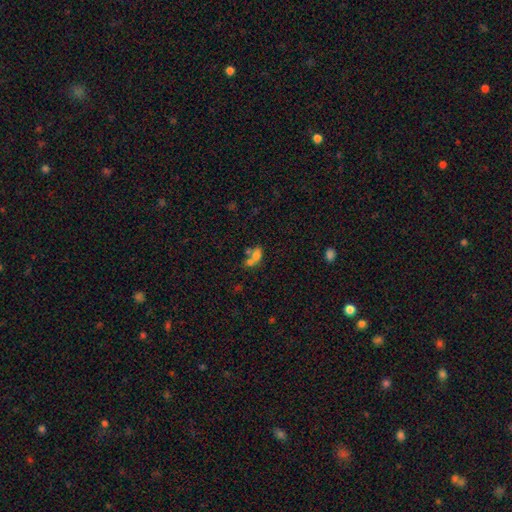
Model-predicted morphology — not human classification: Smooth or featured: smooth — 68% (featured or disk — 18%)
How rounded: in between — 73% (round — 23%)
Merging: merger — 56% (none — 28%)